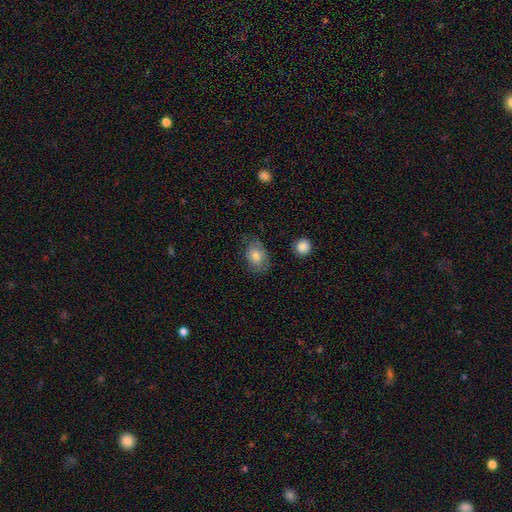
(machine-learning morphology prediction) type=smooth (74%); roundness=in between (69%); merging=none (67%).